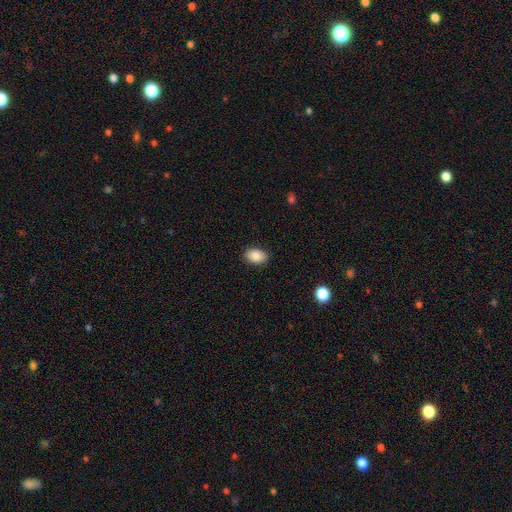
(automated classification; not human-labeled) A smooth galaxy with no disk features (85%) that is in between round and cigar-shaped (88%).

Vote fractions:
- Smooth or featured? smooth: 85% / star or artifact: 8% / featured or disk: 7%
- How rounded? in between: 88% / round: 11% / cigar-shaped: 1%
- Merging? none: 88% / minor disturbance: 9% / major disturbance: 2% / merger: 1%